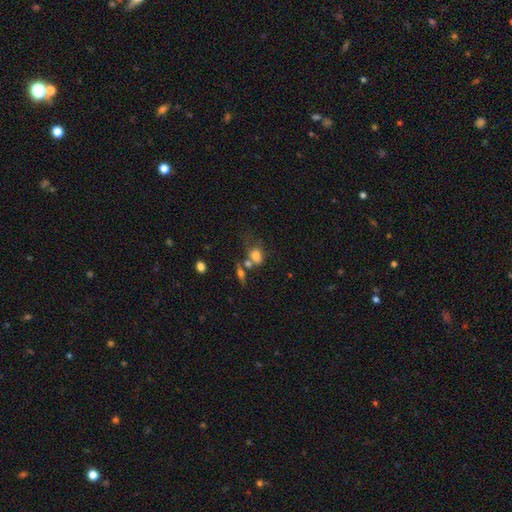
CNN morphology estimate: A smooth galaxy with no disk features (73%) that is in between round and cigar-shaped (68%). Merging: merger (32%, tied with none).